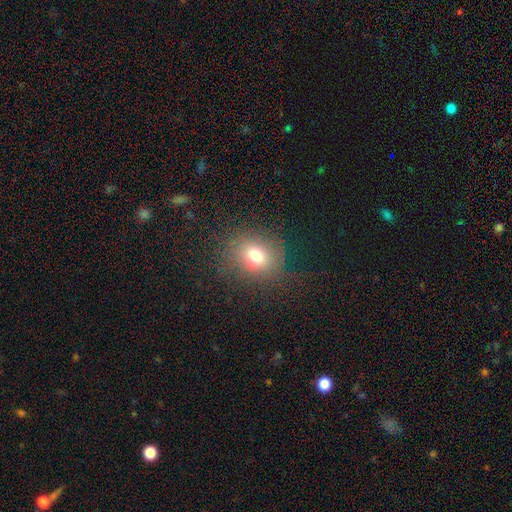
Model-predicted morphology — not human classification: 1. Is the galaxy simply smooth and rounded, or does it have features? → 73% smooth, 16% star or artifact, 11% featured or disk.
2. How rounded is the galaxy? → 67% round, 32% in between, 1% cigar-shaped.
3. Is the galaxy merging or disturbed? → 80% none, 12% minor disturbance, 7% major disturbance, 1% merger.